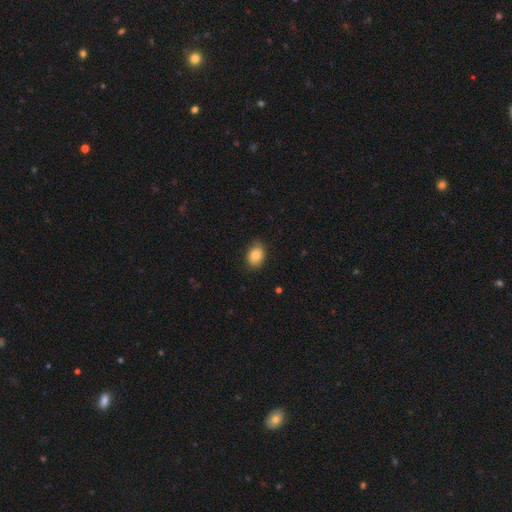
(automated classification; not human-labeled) Smooth or featured?
  - smooth: 85% *
  - star or artifact: 8%
  - featured or disk: 7%
How rounded?
  - in between: 73% *
  - round: 26%
  - cigar-shaped: 1%
Merging?
  - none: 83% *
  - minor disturbance: 13%
  - major disturbance: 3%
  - merger: 1%